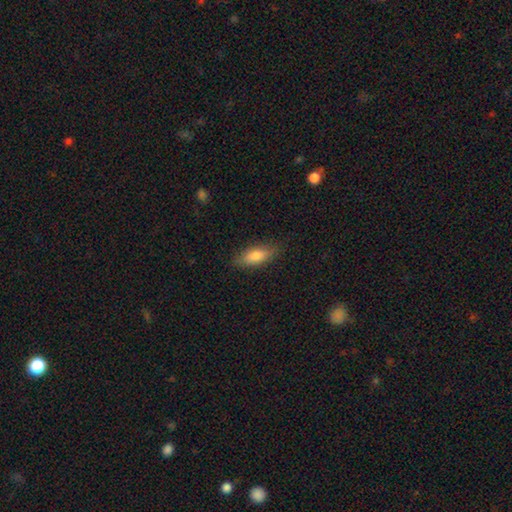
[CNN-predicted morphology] The model was most divided on "how rounded": in between: 73%, cigar-shaped: 24%, round: 3%. More confident: merging — none (83%); smooth or featured — smooth (79%).